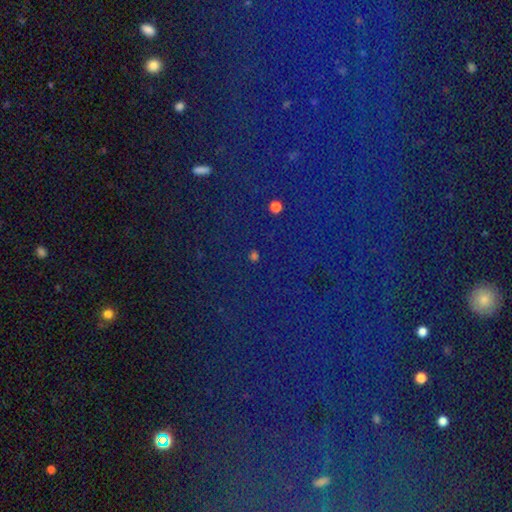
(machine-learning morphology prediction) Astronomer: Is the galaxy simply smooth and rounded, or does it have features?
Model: star or artifact — 81%.